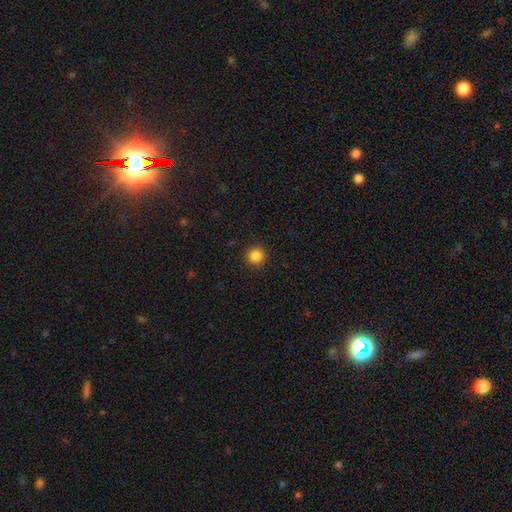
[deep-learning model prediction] Morphology: type=smooth (86%); roundness=round (96%); merging=none (93%).